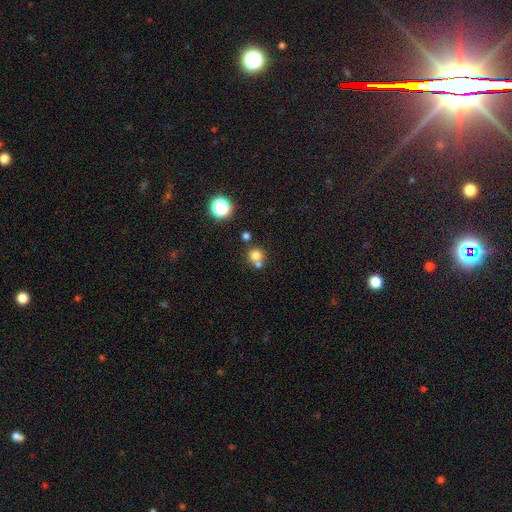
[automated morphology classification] smooth_or_featured: smooth (p=0.75) [alt: star or artifact p=0.16]
how_rounded: round (p=0.90) [alt: in between p=0.09]
merging: none (p=0.56) [alt: merger p=0.34]